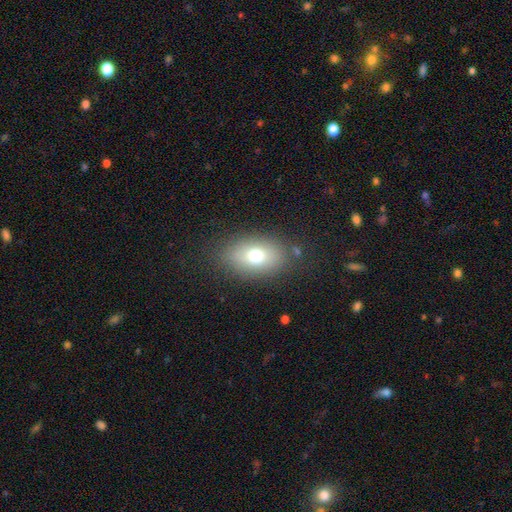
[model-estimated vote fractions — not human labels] Smooth or featured? smooth (70%)
How rounded? in between (77%)
Merging? none (81%)